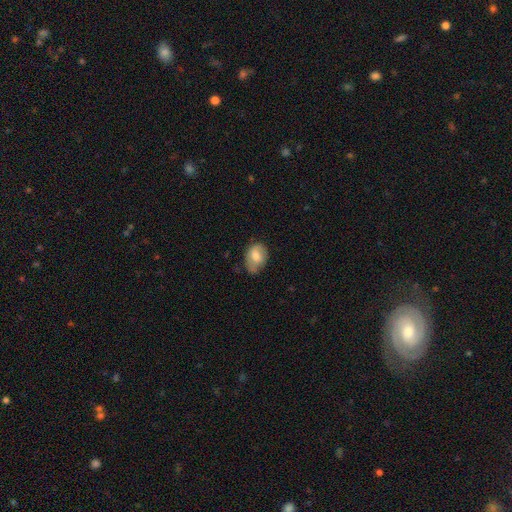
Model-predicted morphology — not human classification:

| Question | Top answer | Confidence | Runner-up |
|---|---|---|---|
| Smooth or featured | smooth | 70% | featured or disk (22%) |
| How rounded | in between | 75% | round (23%) |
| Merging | none | 52% | minor disturbance (36%) |